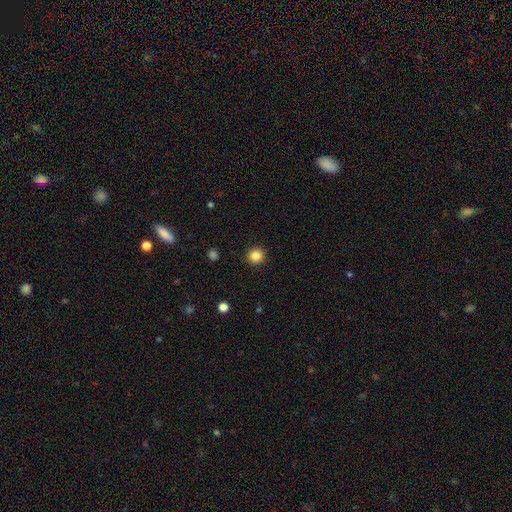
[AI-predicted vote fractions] smooth-or-featured: smooth: 85% | star or artifact: 11% | featured or disk: 4%
  how-rounded: round: 94% | in between: 5% | cigar-shaped: 1%
  merging: none: 93% | minor disturbance: 5% | major disturbance: 2% | merger: 1%